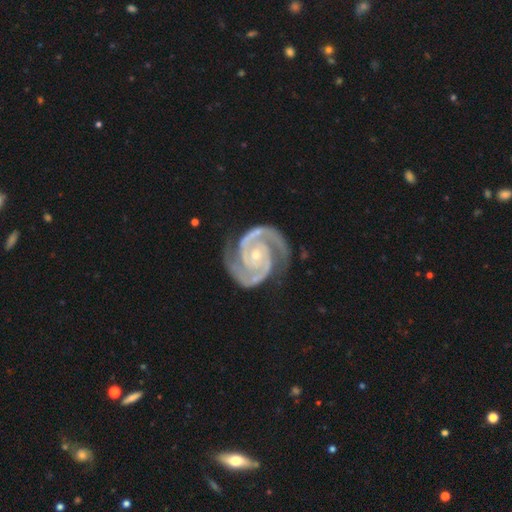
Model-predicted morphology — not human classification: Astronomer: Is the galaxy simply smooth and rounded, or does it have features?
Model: featured or disk — 94%.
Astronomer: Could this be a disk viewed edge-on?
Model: no — 98%.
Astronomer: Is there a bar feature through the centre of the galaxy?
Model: no — 67%.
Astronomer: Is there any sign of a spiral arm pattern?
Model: yes — 99%.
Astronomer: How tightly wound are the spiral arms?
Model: tight — 62%.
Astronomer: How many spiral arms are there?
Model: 2 — 93%.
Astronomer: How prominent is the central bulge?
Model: small — 67%.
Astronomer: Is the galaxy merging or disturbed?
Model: none — 79%.